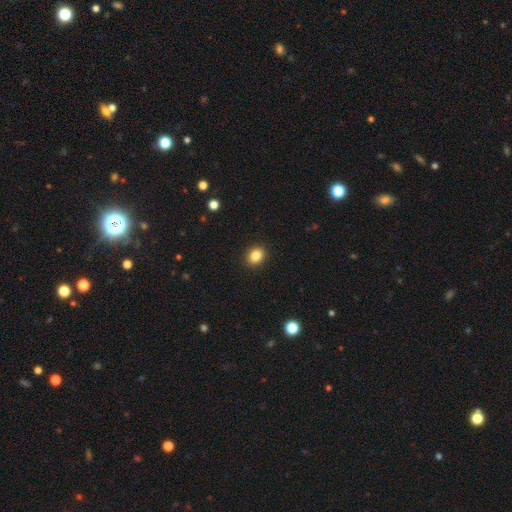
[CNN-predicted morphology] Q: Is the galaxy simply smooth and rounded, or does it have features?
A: smooth — 86%.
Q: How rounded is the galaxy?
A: round — 51%.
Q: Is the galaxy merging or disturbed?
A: none — 90%.